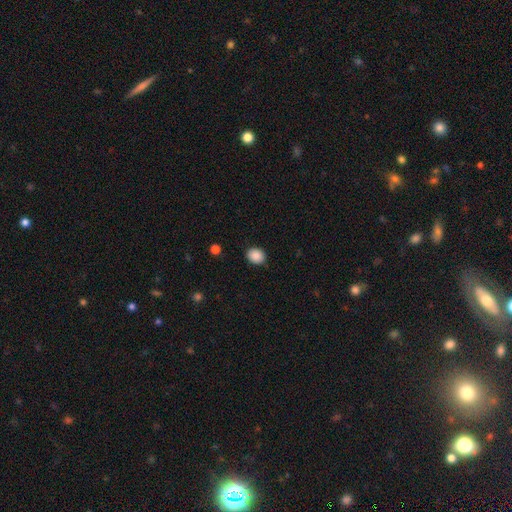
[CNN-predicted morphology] smooth_or_featured: smooth (p=0.89) [alt: star or artifact p=0.09]
how_rounded: round (p=0.54) [alt: in between p=0.46]
merging: none (p=0.88) [alt: minor disturbance p=0.09]